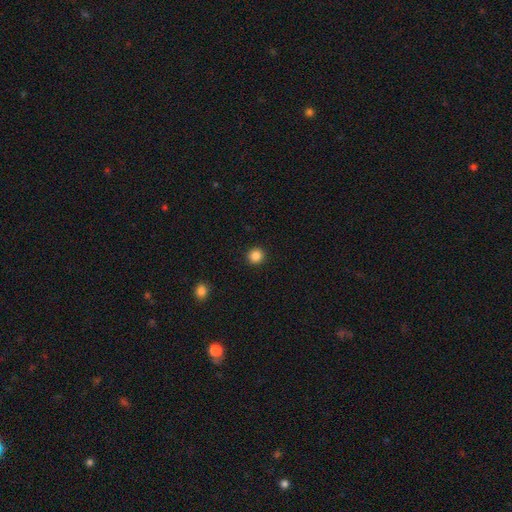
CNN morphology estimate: type=smooth (86%); roundness=round (94%); merging=none (93%).